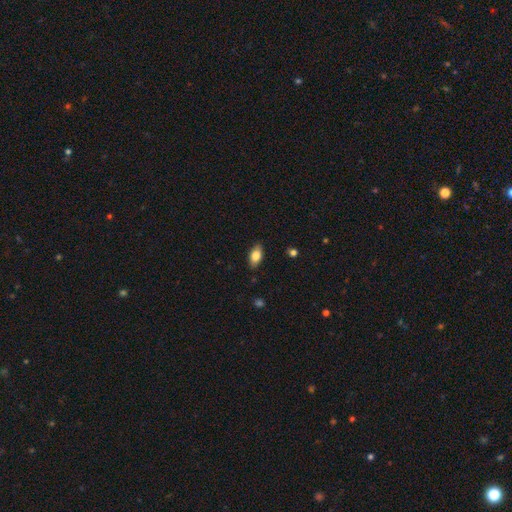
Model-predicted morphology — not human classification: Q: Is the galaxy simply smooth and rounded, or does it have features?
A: smooth — 81%.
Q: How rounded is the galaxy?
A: in between — 89%.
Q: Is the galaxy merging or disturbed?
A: none — 84%.